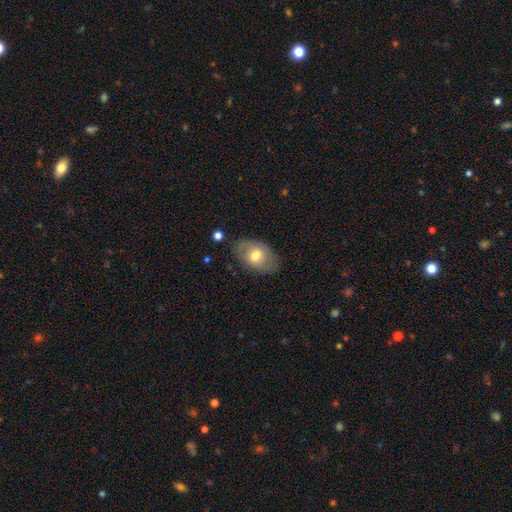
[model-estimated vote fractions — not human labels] smooth-or-featured: smooth: 62% | featured or disk: 31% | star or artifact: 7%
  how-rounded: in between: 83% | round: 16% | cigar-shaped: 1%
  merging: none: 75% | minor disturbance: 18% | major disturbance: 5% | merger: 2%